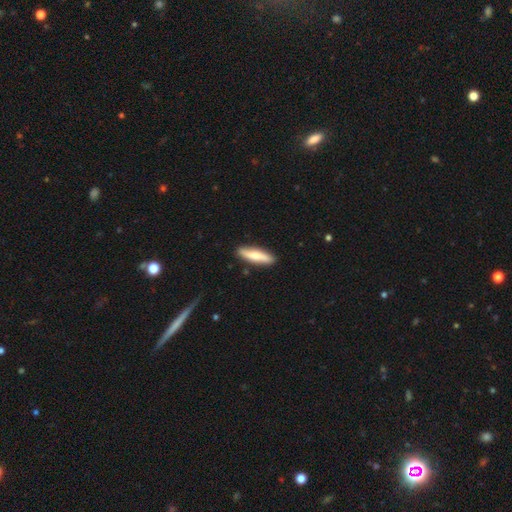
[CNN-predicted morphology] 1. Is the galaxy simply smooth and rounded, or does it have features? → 70% smooth, 24% featured or disk, 5% star or artifact.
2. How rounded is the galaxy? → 76% cigar-shaped, 23% in between, 2% round.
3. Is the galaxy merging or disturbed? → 88% none, 9% minor disturbance, 2% major disturbance, 1% merger.